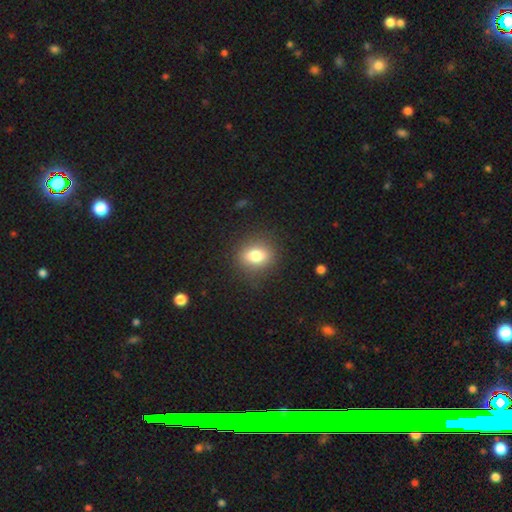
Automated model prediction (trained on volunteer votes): Overall: smooth (79%). How rounded: in between (52%; round 46%). Merging: none (86%).